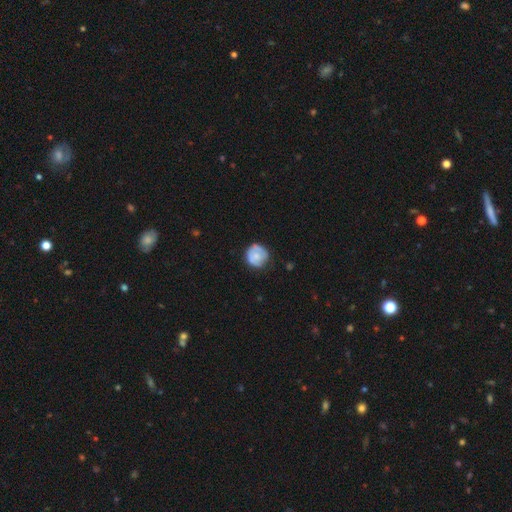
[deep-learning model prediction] A smooth galaxy with no disk features (65%) that is round (89%).

Vote fractions:
- Smooth or featured? smooth: 65% / featured or disk: 29% / star or artifact: 6%
- How rounded? round: 89% / in between: 10% / cigar-shaped: 1%
- Merging? none: 68% / minor disturbance: 25% / major disturbance: 6% / merger: 2%